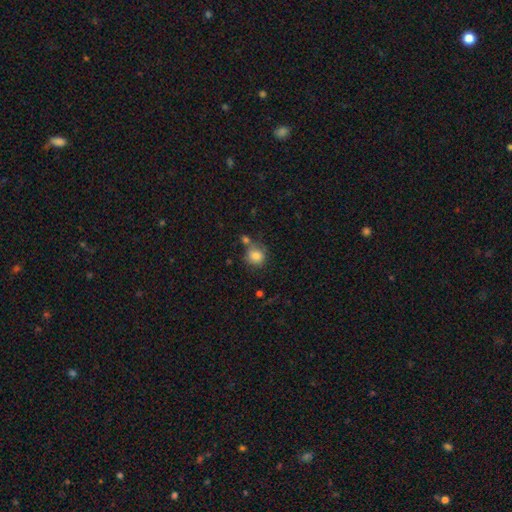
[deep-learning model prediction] smooth_or_featured: smooth (p=0.83) [alt: star or artifact p=0.10]
how_rounded: round (p=0.86) [alt: in between p=0.13]
merging: none (p=0.60) [alt: merger p=0.18]